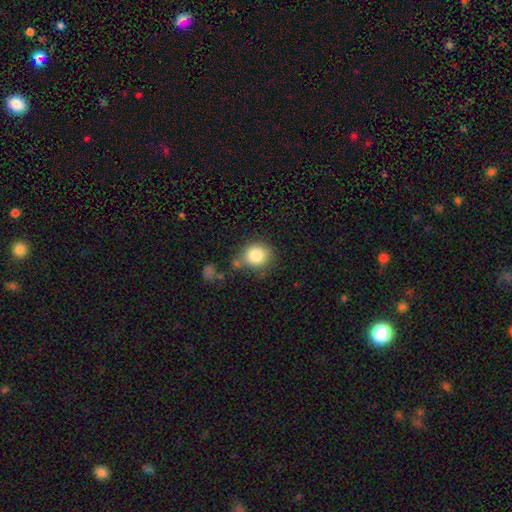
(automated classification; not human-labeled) Overall: smooth (84%). How rounded: round (78%). Merging: none (63%).